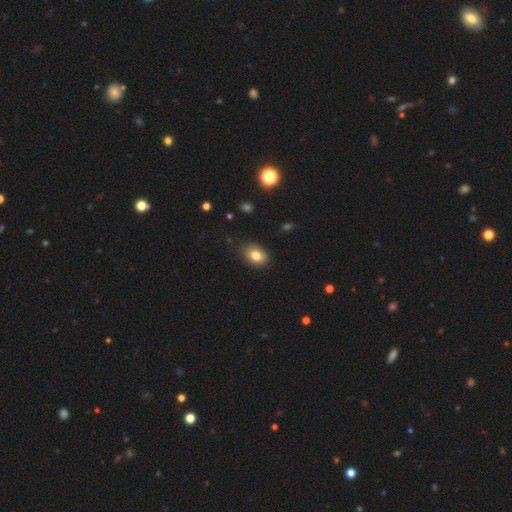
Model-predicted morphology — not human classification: smooth 81%, star or artifact 10%, featured or disk 9%. Down the decision tree: how rounded — in between (73%); merging — none (85%).